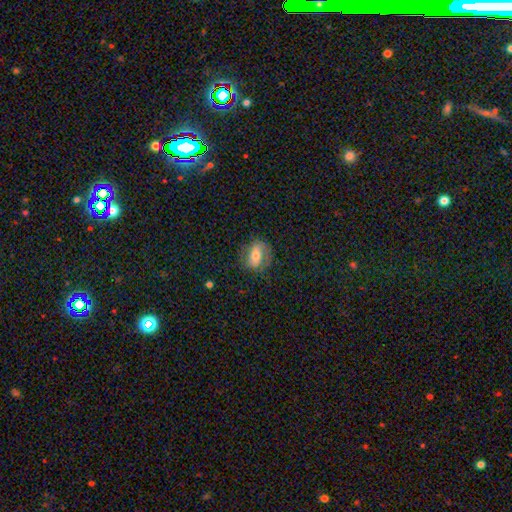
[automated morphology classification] A smooth galaxy with no disk features (48%). Merging: none (71%).